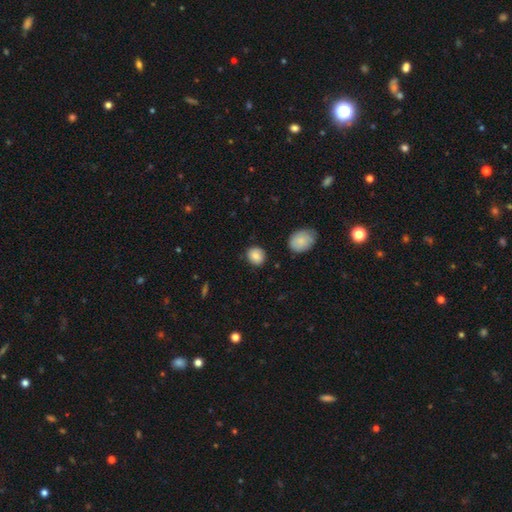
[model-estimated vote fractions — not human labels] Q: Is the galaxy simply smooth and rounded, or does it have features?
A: smooth — 84%.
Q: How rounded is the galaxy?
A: round — 71%.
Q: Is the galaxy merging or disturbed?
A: none — 83%.